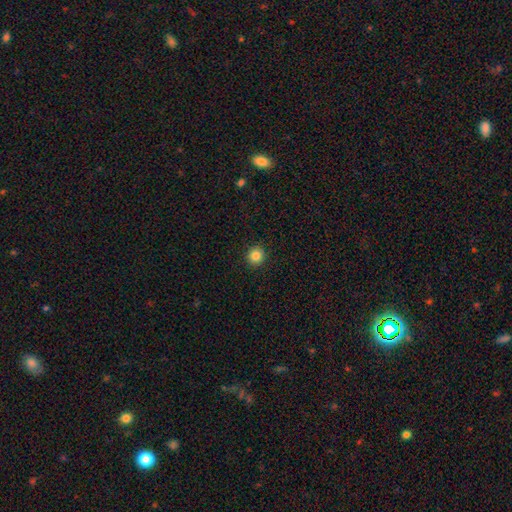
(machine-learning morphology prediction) The model was most divided on "smooth or featured": smooth: 85%, star or artifact: 11%, featured or disk: 4%. More confident: how rounded — round (94%); merging — none (93%).